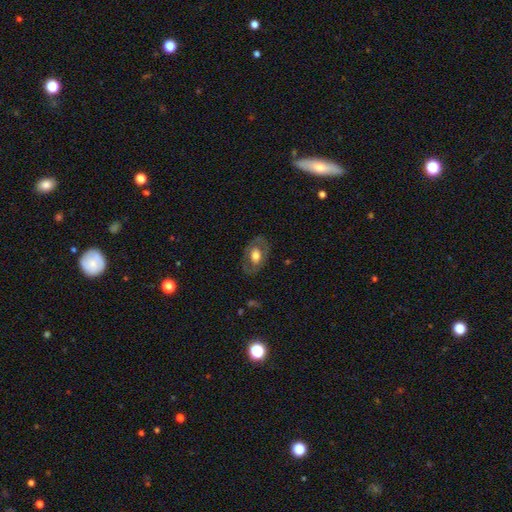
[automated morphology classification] Overall: smooth (51%; featured or disk 42%). How rounded: in between (85%). Merging: none (77%).